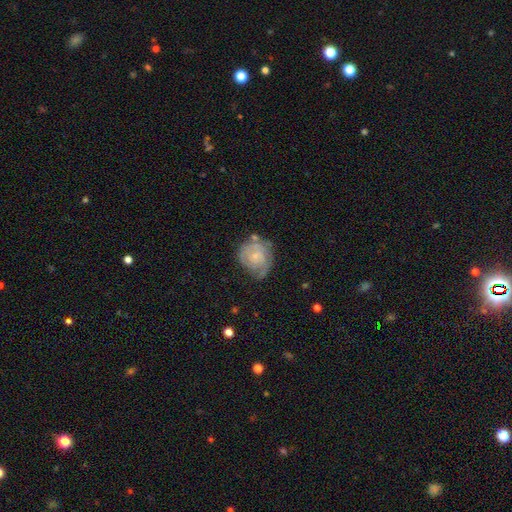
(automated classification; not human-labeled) Smooth or featured: featured or disk — 75% (smooth — 19%)
Edge-on disk: no — 98% (yes — 2%)
Bar: no — 69% (weak — 26%)
Spiral arms: yes — 91% (no — 9%)
Spiral winding: tight — 69% (medium — 24%)
Spiral arm count: 2 — 46% (can't tell — 27%)
Bulge size: small — 71% (moderate — 19%)
Merging: none — 56% (minor disturbance — 26%)